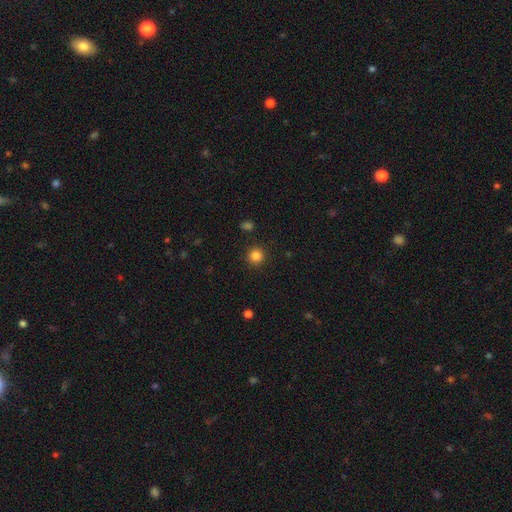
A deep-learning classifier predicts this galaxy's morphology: Smooth or featured: smooth — 84% (star or artifact — 12%)
How rounded: round — 94% (in between — 5%)
Merging: none — 91% (minor disturbance — 5%)